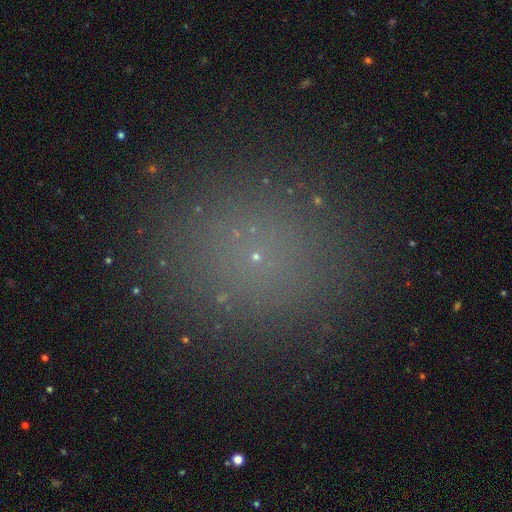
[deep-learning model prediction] A smooth galaxy with no disk features (64%) that is round (89%).

Vote fractions:
- Smooth or featured? smooth: 64% / star or artifact: 27% / featured or disk: 8%
- How rounded? round: 89% / in between: 10% / cigar-shaped: 1%
- Merging? none: 90% / minor disturbance: 6% / major disturbance: 3% / merger: 1%